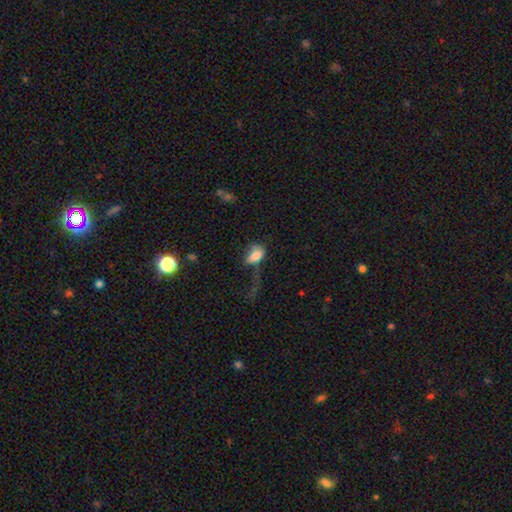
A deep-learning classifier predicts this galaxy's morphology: smooth_or_featured: smooth (p=0.73) [alt: featured or disk p=0.18]
how_rounded: in between (p=0.88) [alt: round p=0.08]
merging: major disturbance (p=0.57) [alt: minor disturbance p=0.19]